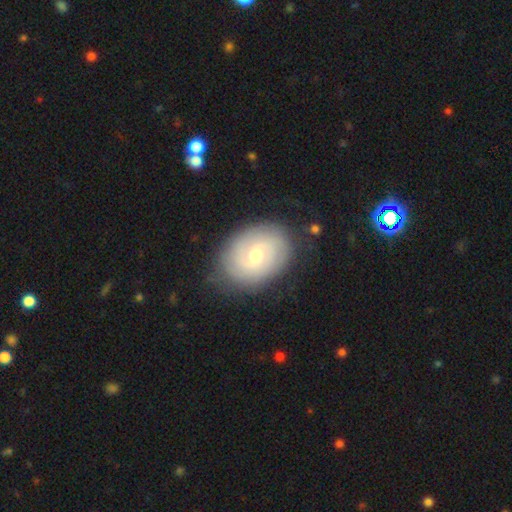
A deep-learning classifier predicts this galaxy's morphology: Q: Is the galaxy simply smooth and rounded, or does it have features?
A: featured or disk — 71%.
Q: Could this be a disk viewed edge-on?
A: no — 97%.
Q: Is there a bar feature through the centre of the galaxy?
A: weak — 50%.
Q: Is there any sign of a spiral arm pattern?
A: yes — 89%.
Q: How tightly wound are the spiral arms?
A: tight — 60%.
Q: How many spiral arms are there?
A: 2 — 44%.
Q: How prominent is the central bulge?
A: moderate — 54%.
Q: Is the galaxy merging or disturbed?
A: none — 81%.